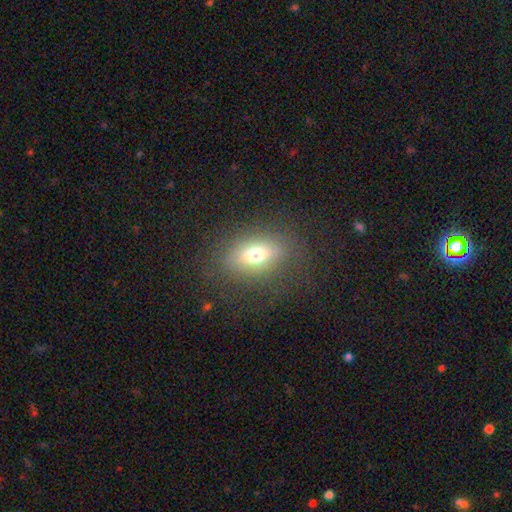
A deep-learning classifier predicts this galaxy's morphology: A smooth galaxy with no disk features (66%) that is in between round and cigar-shaped (72%). Merging: none (79%).